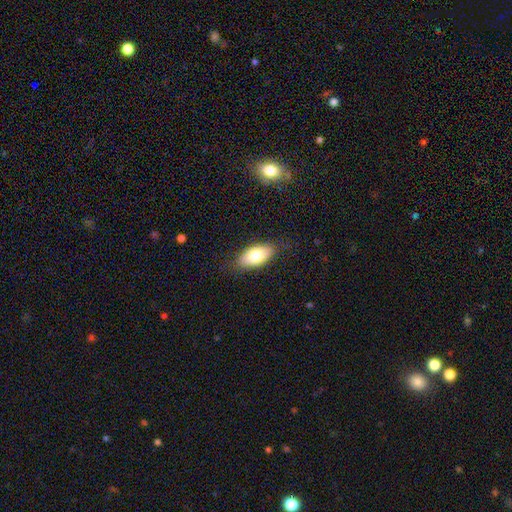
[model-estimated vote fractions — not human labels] Q: Smooth or featured?
A: smooth (77%); runner-up: featured or disk (17%)
Q: How rounded?
A: in between (91%); runner-up: cigar-shaped (6%)
Q: Merging?
A: none (83%); runner-up: minor disturbance (13%)